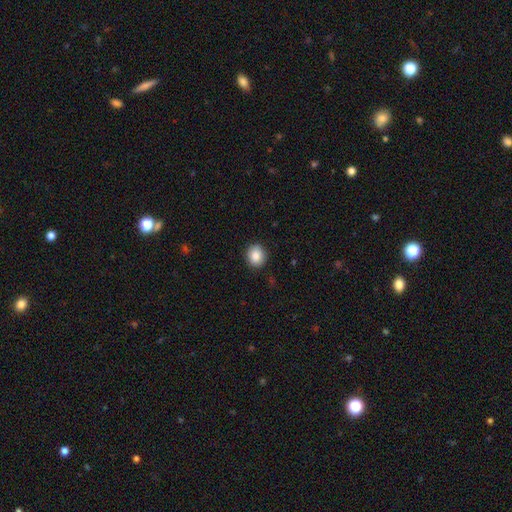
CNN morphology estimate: smooth 87%, star or artifact 8%, featured or disk 4%. Down the decision tree: how rounded — round (72%); merging — none (90%).